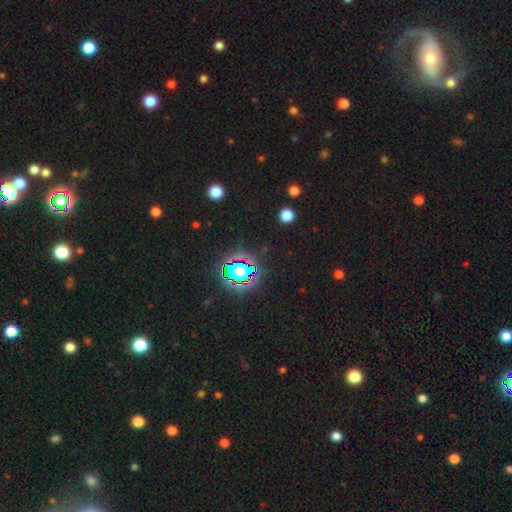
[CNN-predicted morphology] Q: Smooth or featured?
A: star or artifact (81%); runner-up: smooth (12%)